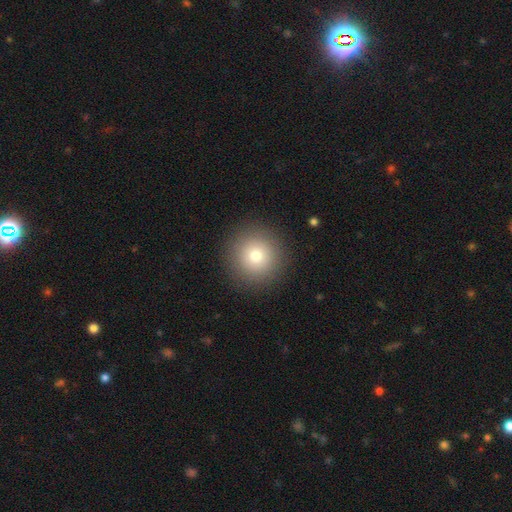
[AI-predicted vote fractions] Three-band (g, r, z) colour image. It shows a smooth galaxy with no disk features (77%) that is round (96%). Merging: none (91%).